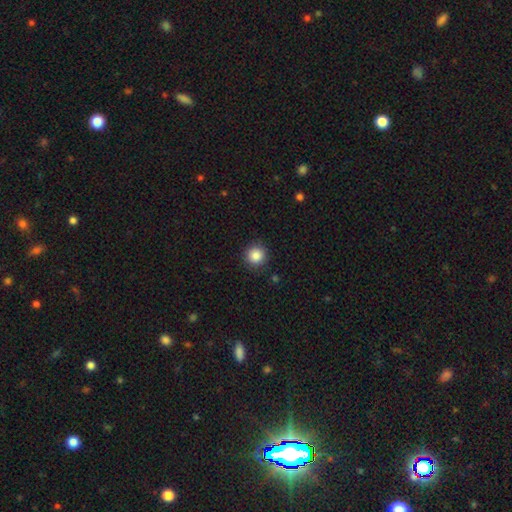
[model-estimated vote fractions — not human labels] smooth_or_featured: smooth (p=0.86) [alt: star or artifact p=0.10]
how_rounded: round (p=0.95) [alt: in between p=0.05]
merging: none (p=0.91) [alt: minor disturbance p=0.06]